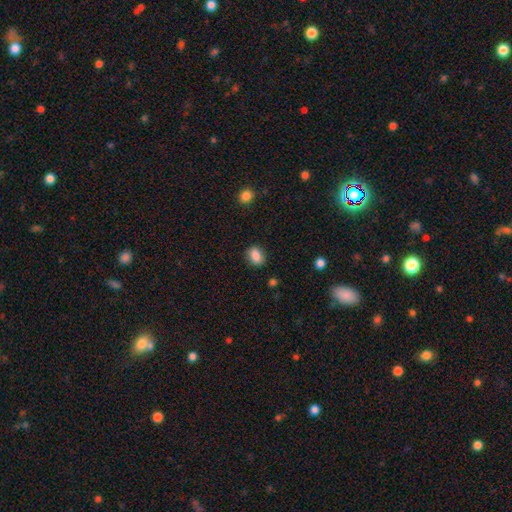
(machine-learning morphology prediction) Smooth or featured?
  - smooth: 87% *
  - star or artifact: 8%
  - featured or disk: 5%
How rounded?
  - in between: 75% *
  - round: 23%
  - cigar-shaped: 2%
Merging?
  - none: 84% *
  - minor disturbance: 11%
  - major disturbance: 3%
  - merger: 2%